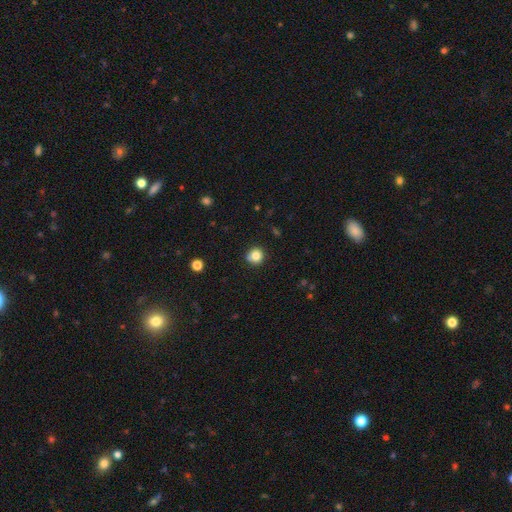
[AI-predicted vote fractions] A smooth galaxy with no disk features (83%) that is round (93%). Merging: none (82%).